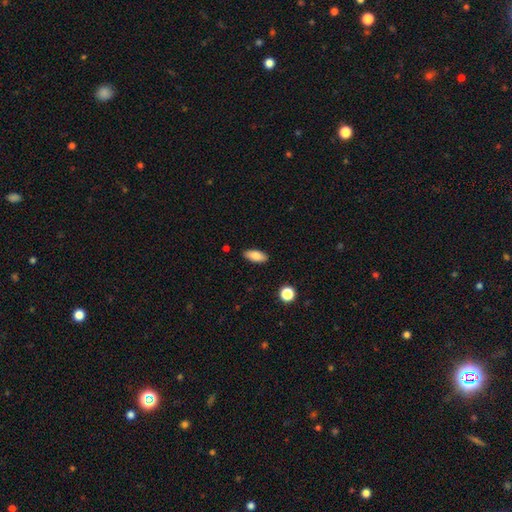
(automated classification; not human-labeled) Smooth or featured? smooth (83%)
How rounded? in between (85%)
Merging? none (87%)